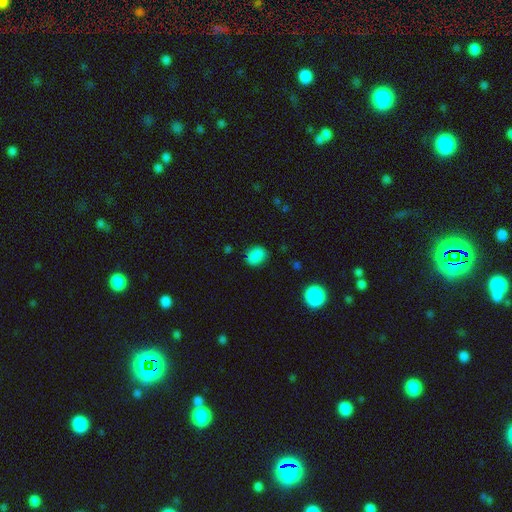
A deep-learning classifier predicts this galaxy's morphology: Smooth or featured? Predicted: smooth (p=0.85). How rounded? Predicted: in between (p=0.59). Merging? Predicted: none (p=0.82).